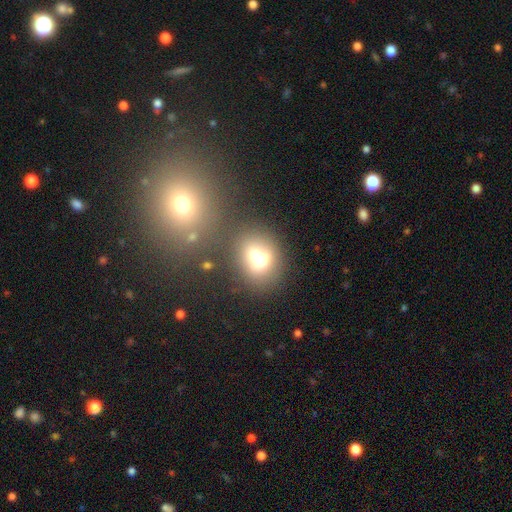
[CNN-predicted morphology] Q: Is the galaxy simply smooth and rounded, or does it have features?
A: smooth — 64%.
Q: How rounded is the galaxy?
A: round — 57%.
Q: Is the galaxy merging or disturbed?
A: merger — 45%.